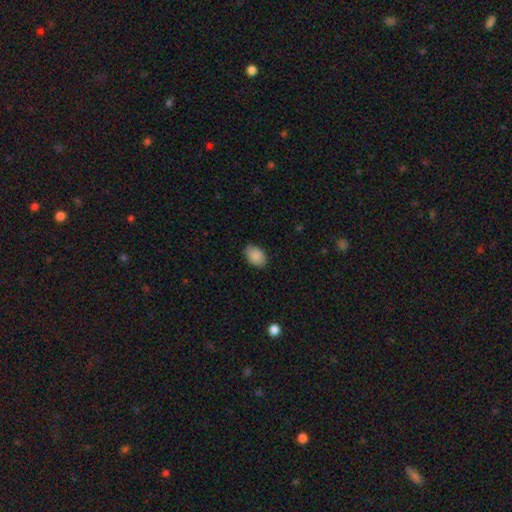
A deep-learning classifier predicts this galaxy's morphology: smooth 89%, star or artifact 7%, featured or disk 4%. Down the decision tree: how rounded — in between (83%); merging — none (82%).